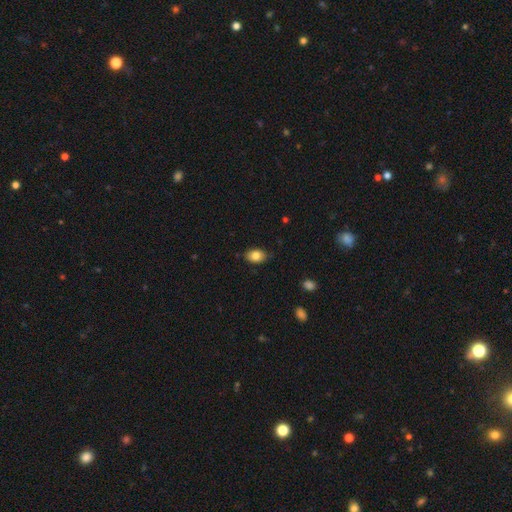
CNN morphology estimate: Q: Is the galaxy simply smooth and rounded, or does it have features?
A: smooth — 82%.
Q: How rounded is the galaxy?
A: in between — 83%.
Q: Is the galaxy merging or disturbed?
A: none — 82%.